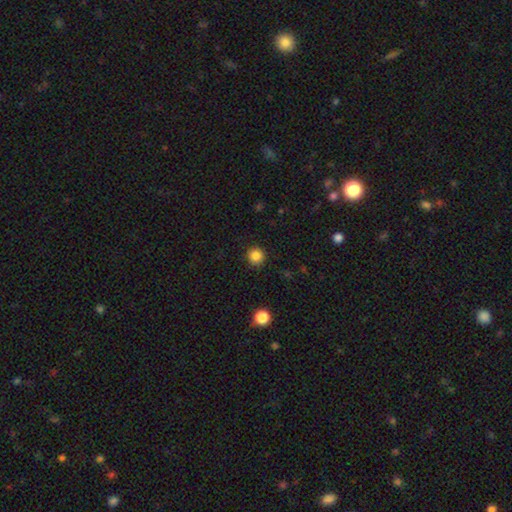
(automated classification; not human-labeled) smooth 85%, star or artifact 12%, featured or disk 3%. Down the decision tree: how rounded — round (95%); merging — none (91%).